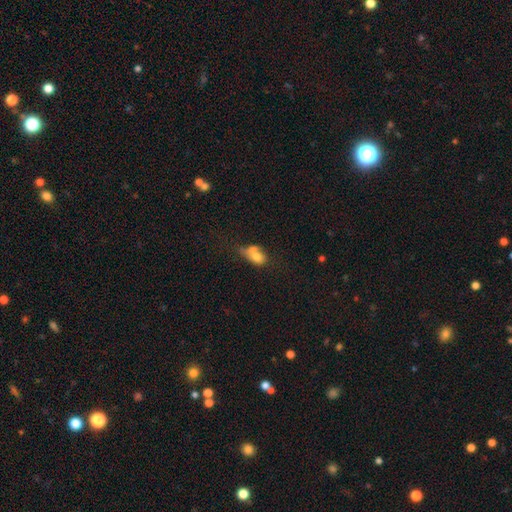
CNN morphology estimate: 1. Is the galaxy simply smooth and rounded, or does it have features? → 69% smooth, 21% featured or disk, 10% star or artifact.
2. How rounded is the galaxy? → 68% in between, 30% round, 3% cigar-shaped.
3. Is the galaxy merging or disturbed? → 51% merger, 21% none, 16% minor disturbance, 13% major disturbance.